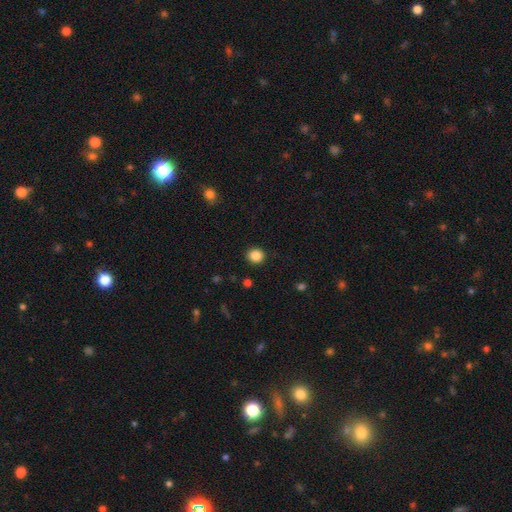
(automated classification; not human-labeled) A smooth galaxy with no disk features (87%) that is round (89%).

Vote fractions:
- Smooth or featured? smooth: 87% / star or artifact: 10% / featured or disk: 3%
- How rounded? round: 89% / in between: 10% / cigar-shaped: 1%
- Merging? none: 92% / minor disturbance: 5% / major disturbance: 2% / merger: 1%